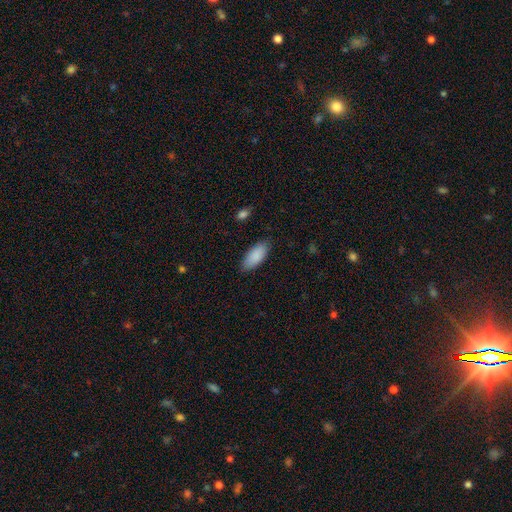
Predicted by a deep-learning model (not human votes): Smooth or featured: smooth — 89% (star or artifact — 6%)
How rounded: in between — 86% (cigar-shaped — 13%)
Merging: none — 84% (minor disturbance — 12%)